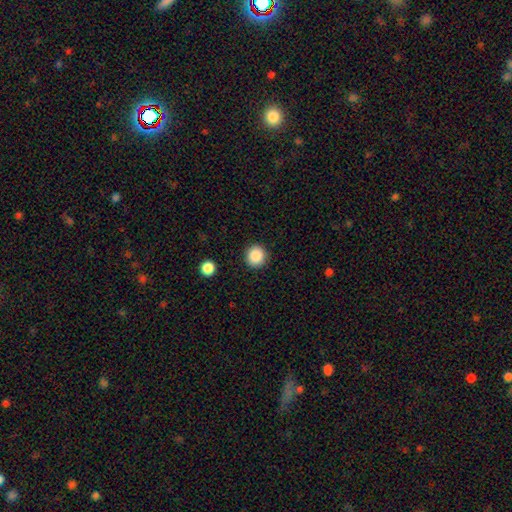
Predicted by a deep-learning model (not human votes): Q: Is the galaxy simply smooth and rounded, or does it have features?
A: smooth — 87%.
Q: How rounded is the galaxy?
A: round — 95%.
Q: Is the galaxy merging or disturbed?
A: none — 91%.